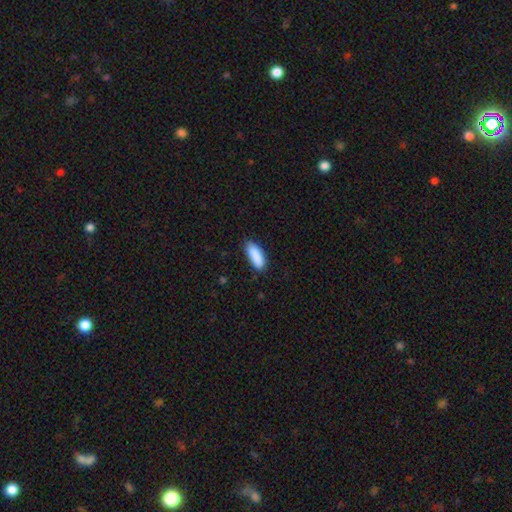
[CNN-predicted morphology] smooth_or_featured: smooth (p=0.89) [alt: star or artifact p=0.07]
how_rounded: in between (p=0.74) [alt: cigar-shaped p=0.25]
merging: none (p=0.78) [alt: minor disturbance p=0.17]